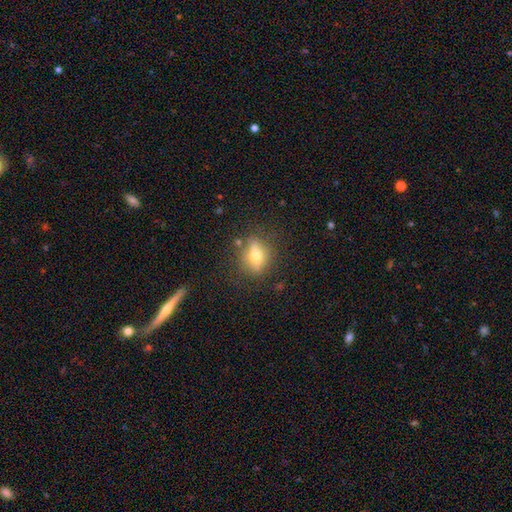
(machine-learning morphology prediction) The model was most divided on "smooth or featured": smooth: 50%, featured or disk: 39%, star or artifact: 11%. More confident: merging — none (78%); how rounded — in between (52%).